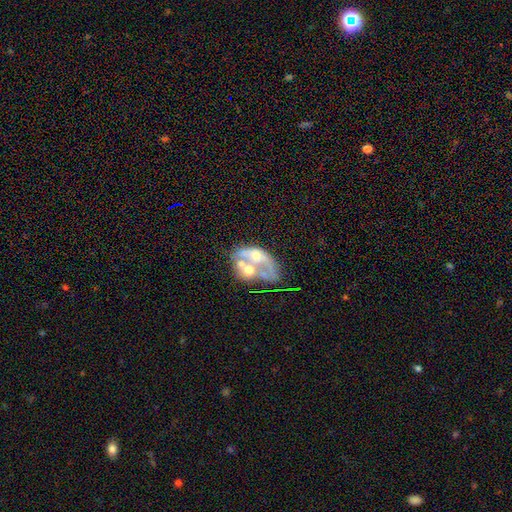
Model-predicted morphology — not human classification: This appears to be a featured or disk galaxy (65%) with no bar (88%), no spiral arms (83%) and a moderate central bulge (48%). Merging: merger (52%).